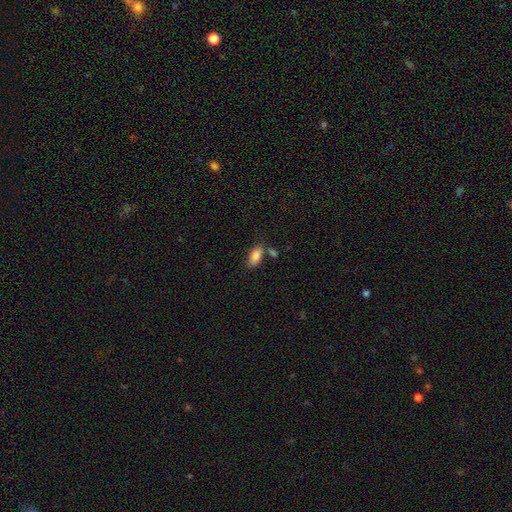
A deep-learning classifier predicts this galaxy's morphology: Smooth or featured?
  - smooth: 86% *
  - star or artifact: 7%
  - featured or disk: 7%
How rounded?
  - in between: 90% *
  - cigar-shaped: 7%
  - round: 3%
Merging?
  - none: 66% *
  - minor disturbance: 16%
  - merger: 14%
  - major disturbance: 4%